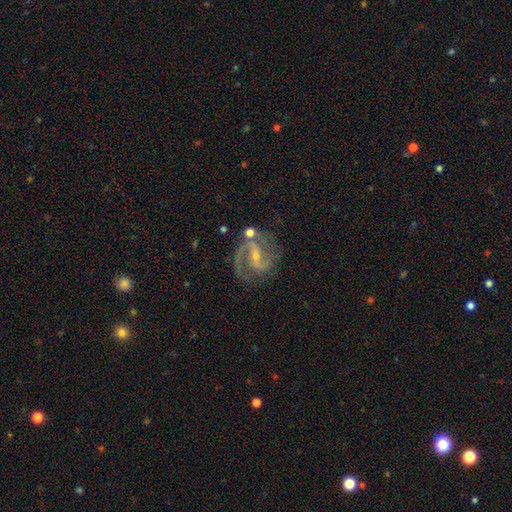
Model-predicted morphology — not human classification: A featured or disk galaxy (90%) with a weak bar (43%), 2 (90%) medium (61%) spiral arms (97%) and a small central bulge (70%). Merging: none (72%).